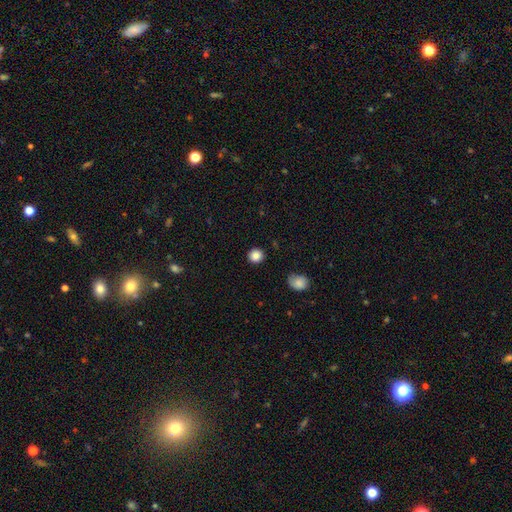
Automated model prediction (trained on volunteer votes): Smooth or featured: smooth — 86% (star or artifact — 10%)
How rounded: round — 92% (in between — 7%)
Merging: none — 90% (minor disturbance — 7%)